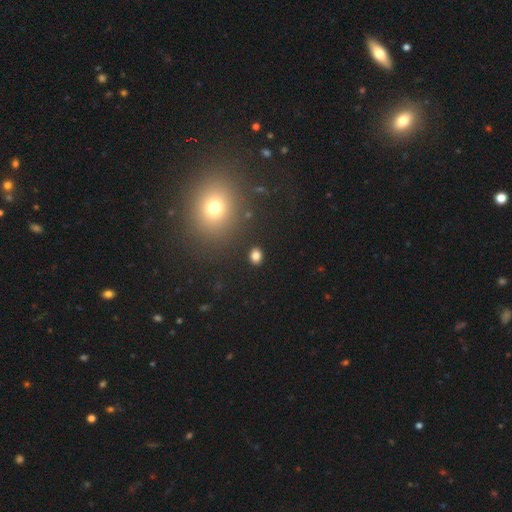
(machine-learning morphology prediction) A smooth galaxy with no disk features (82%) that is in between round and cigar-shaped (50%).

Vote fractions:
- Smooth or featured? smooth: 82% / star or artifact: 13% / featured or disk: 5%
- How rounded? in between: 50% / round: 48% / cigar-shaped: 1%
- Merging? none: 88% / minor disturbance: 7% / merger: 2% / major disturbance: 2%